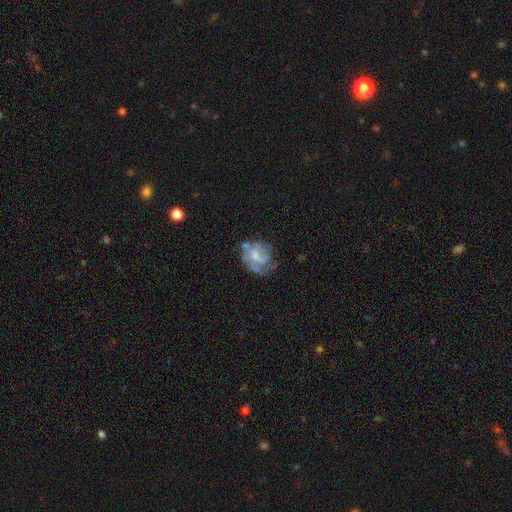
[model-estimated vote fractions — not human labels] smooth-or-featured: featured or disk: 62% | smooth: 30% | star or artifact: 8%
  disk-edge-on: no: 98% | yes: 2%
    bar: no: 57% | weak: 36% | strong: 7%
    has-spiral-arms: yes: 62% | no: 38%
    bulge-size: moderate: 40% | small: 31% | none: 22% | large: 6% | dominant: 1%
  merging: none: 44% | minor disturbance: 26% | major disturbance: 24% | merger: 6%